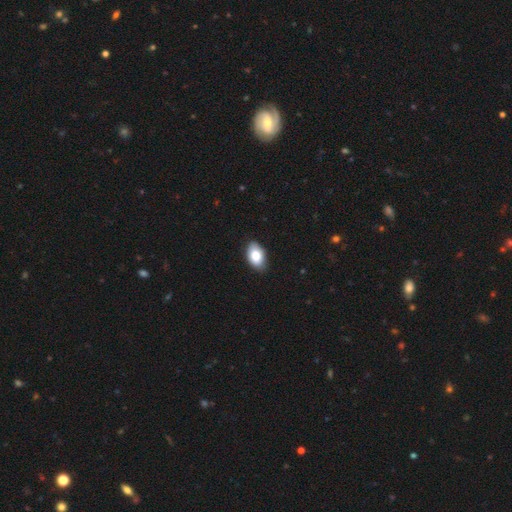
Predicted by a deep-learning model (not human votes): This appears to be a smooth galaxy with no disk features (80%) that is in between round and cigar-shaped (92%). Merging: none (87%).